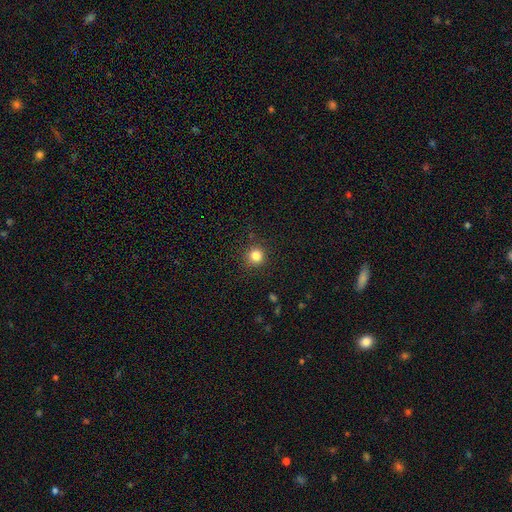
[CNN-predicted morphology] Smooth or featured?
  - smooth: 84% *
  - star or artifact: 12%
  - featured or disk: 4%
How rounded?
  - round: 93% *
  - in between: 6%
  - cigar-shaped: 1%
Merging?
  - none: 90% *
  - minor disturbance: 7%
  - major disturbance: 2%
  - merger: 1%